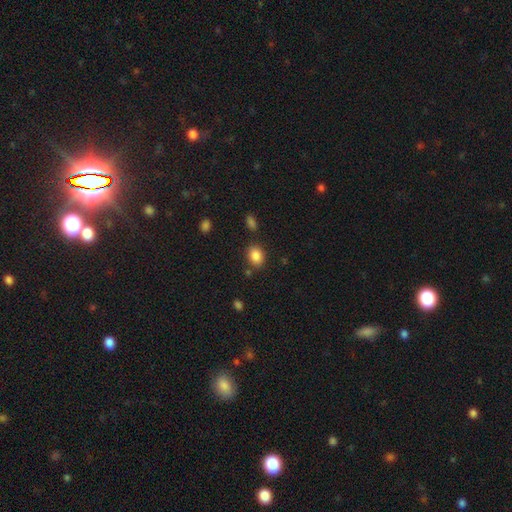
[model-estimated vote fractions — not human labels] Q: Smooth or featured?
A: smooth (86%); runner-up: star or artifact (9%)
Q: How rounded?
A: in between (67%); runner-up: round (32%)
Q: Merging?
A: none (79%); runner-up: minor disturbance (12%)